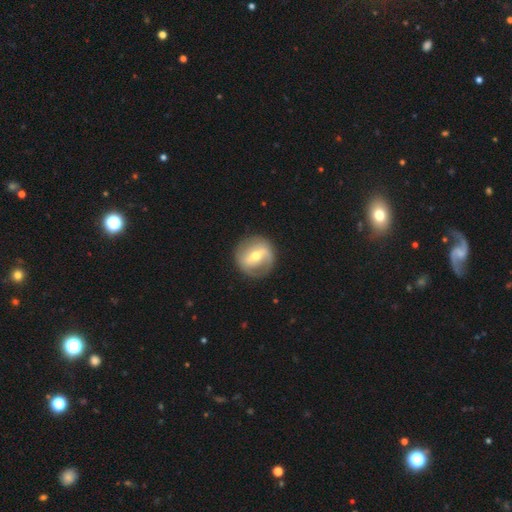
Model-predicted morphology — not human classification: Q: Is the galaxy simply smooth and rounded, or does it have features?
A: featured or disk — 63%.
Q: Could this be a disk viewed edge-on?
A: no — 95%.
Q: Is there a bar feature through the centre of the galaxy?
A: weak — 42%.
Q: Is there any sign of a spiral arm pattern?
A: yes — 66%.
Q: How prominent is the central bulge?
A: moderate — 68%.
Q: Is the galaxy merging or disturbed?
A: none — 82%.